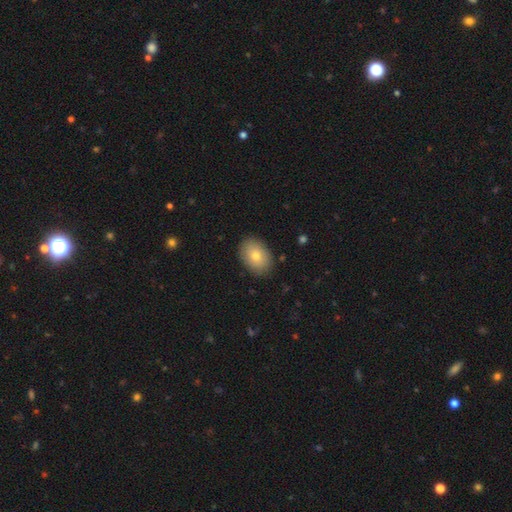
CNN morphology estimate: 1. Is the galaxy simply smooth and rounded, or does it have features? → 79% smooth, 13% featured or disk, 8% star or artifact.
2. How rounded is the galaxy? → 79% in between, 20% round, 1% cigar-shaped.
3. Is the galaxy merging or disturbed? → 88% none, 9% minor disturbance, 2% major disturbance, 1% merger.